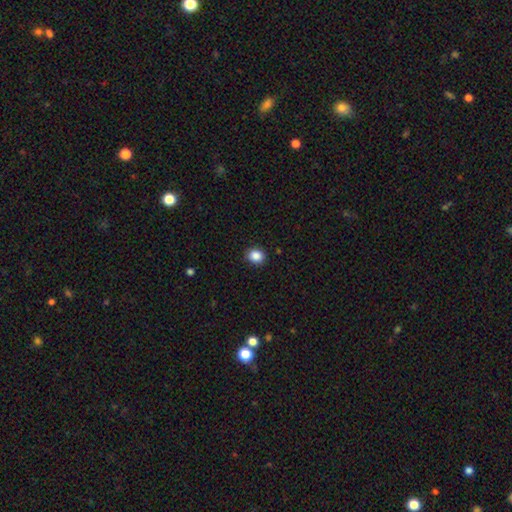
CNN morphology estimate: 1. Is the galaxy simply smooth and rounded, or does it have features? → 88% smooth, 9% star or artifact, 3% featured or disk.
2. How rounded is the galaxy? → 67% round, 32% in between, 1% cigar-shaped.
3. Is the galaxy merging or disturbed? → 90% none, 7% minor disturbance, 2% major disturbance, 1% merger.